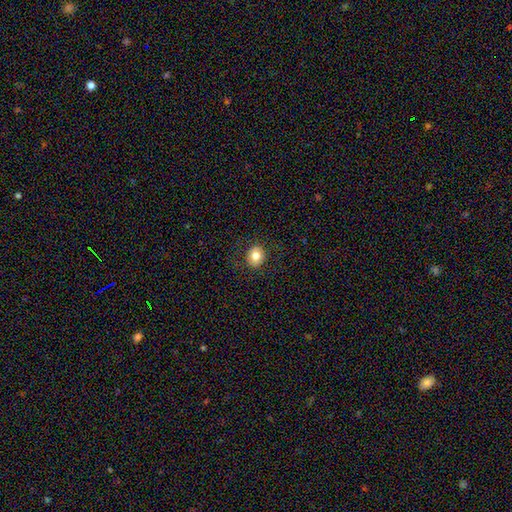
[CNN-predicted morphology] This appears to be a smooth galaxy with no disk features (81%) that is round (76%). Merging: none (88%).